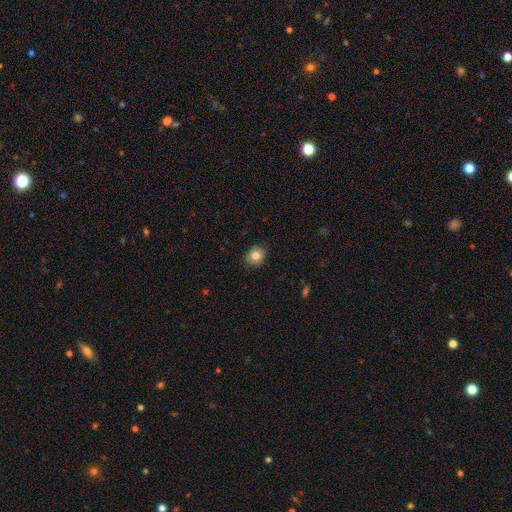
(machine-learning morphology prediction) A smooth galaxy with no disk features (82%) that is round (62%). Merging: none (86%).